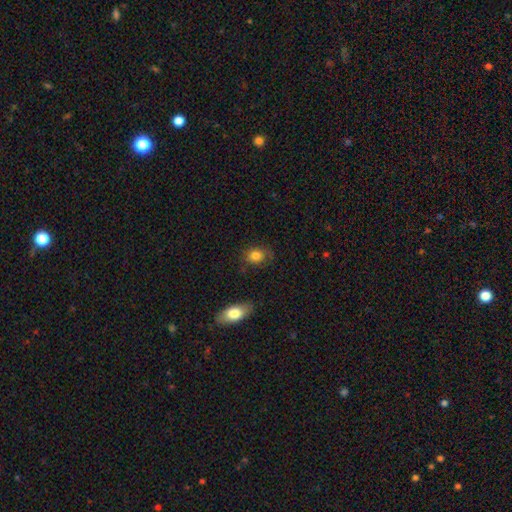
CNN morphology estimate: A smooth galaxy with no disk features (81%) that is in between round and cigar-shaped (52%). Merging: none (70%).